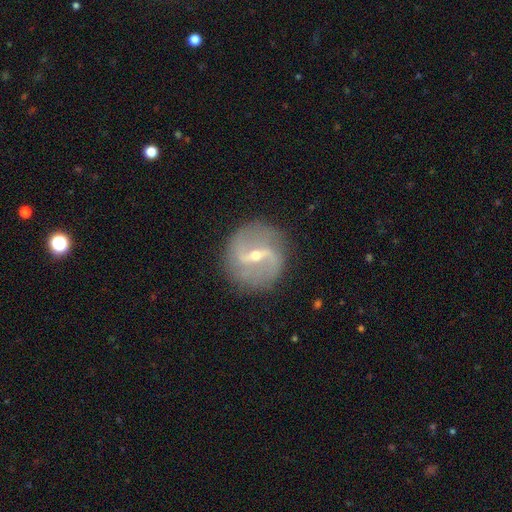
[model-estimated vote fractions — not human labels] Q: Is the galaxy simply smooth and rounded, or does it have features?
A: featured or disk — 85%.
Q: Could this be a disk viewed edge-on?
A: no — 96%.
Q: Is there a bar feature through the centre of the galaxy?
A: strong — 45%.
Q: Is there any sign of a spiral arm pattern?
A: yes — 89%.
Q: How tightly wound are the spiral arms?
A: loose — 51%.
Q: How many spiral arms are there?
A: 2 — 90%.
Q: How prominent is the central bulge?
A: small — 52%.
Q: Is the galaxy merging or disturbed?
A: none — 84%.